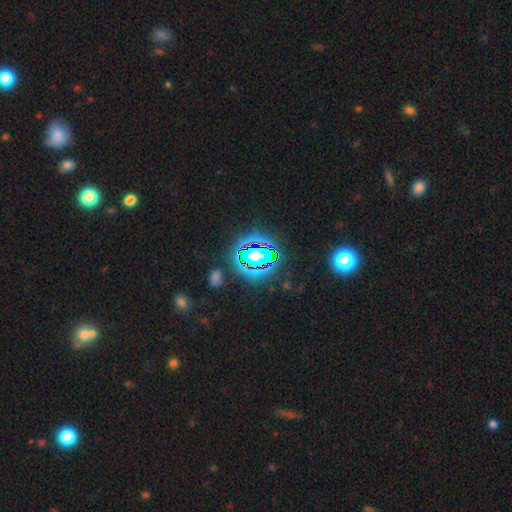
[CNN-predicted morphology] A star or artifact, not a galaxy (67%).

Vote fractions:
- Smooth or featured? star or artifact: 67% / smooth: 19% / featured or disk: 14%